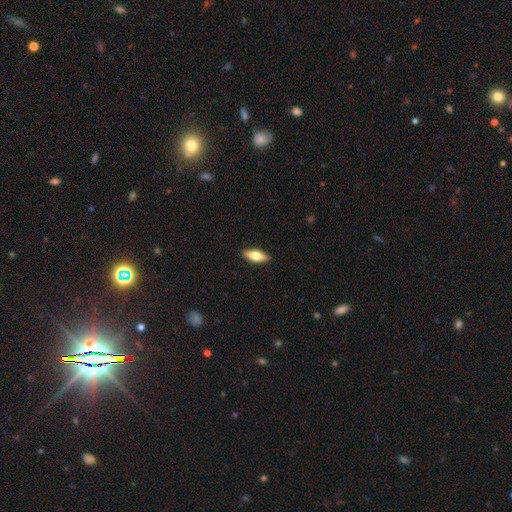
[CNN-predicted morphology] Smooth or featured? Predicted: smooth (p=0.64). How rounded? Predicted: in between (p=0.67). Merging? Predicted: none (p=0.90).